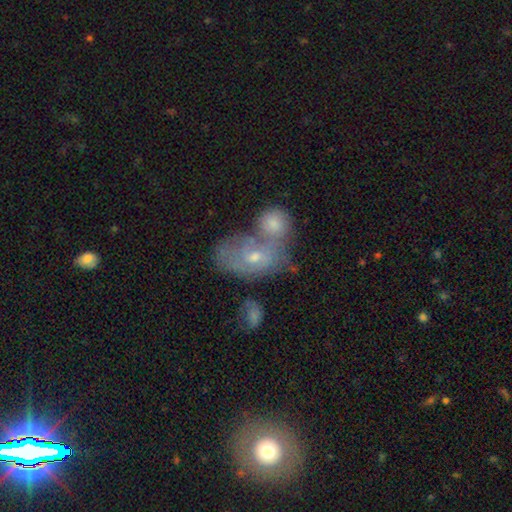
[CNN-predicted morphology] A featured or disk galaxy (47%). Merging: merger (59%).